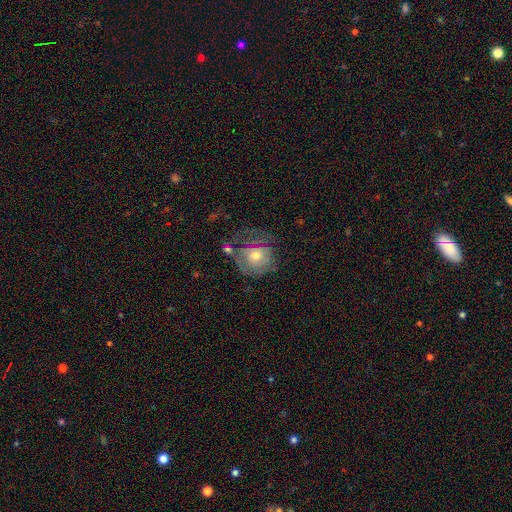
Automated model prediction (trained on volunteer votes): Morphology: type=featured or disk (57%); edge-on=no (97%); bar=no (81%); spiral arms=yes (66%); bulge=moderate (64%); merging=none (46%).